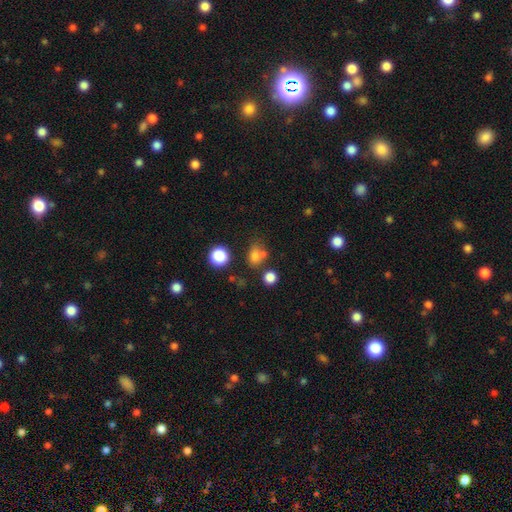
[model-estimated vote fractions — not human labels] The model was most divided on "how rounded": round: 50%, in between: 49%, cigar-shaped: 2%. More confident: smooth or featured — smooth (74%); merging — none (56%).